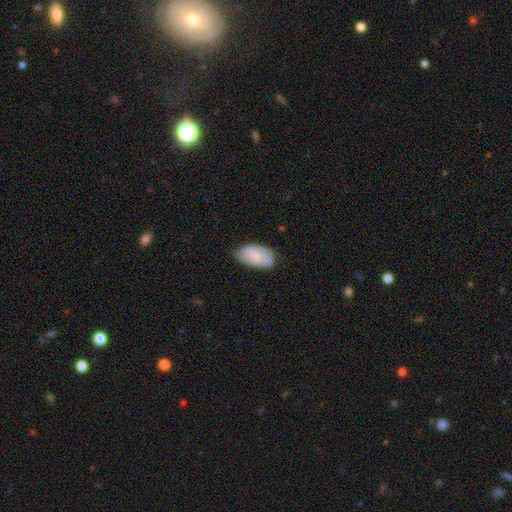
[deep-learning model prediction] Overall: smooth (69%). How rounded: in between (94%). Merging: none (66%; minor disturbance 28%).